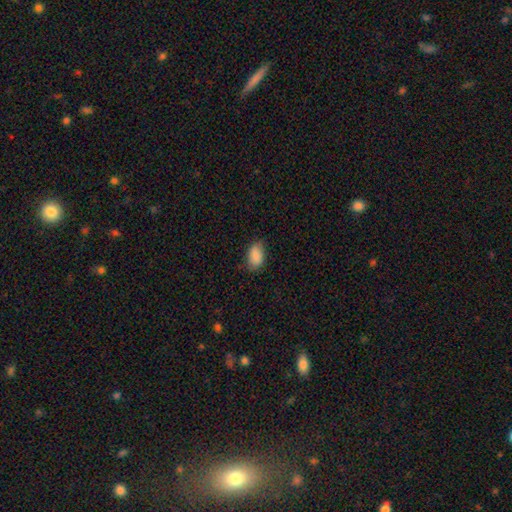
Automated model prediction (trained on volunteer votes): Smooth or featured: smooth — 88% (star or artifact — 7%)
How rounded: in between — 91% (round — 7%)
Merging: none — 73% (minor disturbance — 22%)